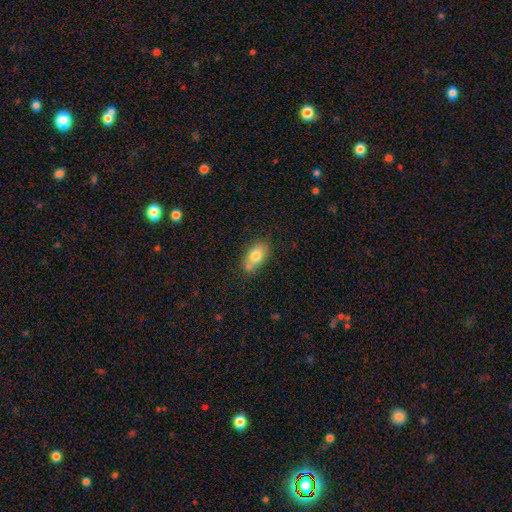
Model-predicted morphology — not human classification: A smooth galaxy with no disk features (79%) that is in between round and cigar-shaped (87%). Merging: none (62%).